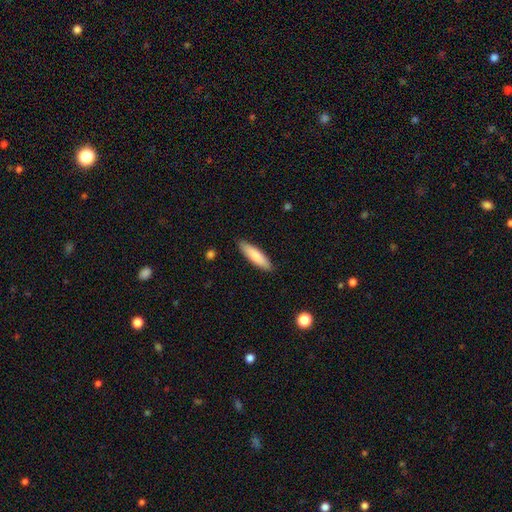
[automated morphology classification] smooth_or_featured: smooth (p=0.80) [alt: featured or disk p=0.15]
how_rounded: cigar-shaped (p=0.66) [alt: in between p=0.32]
merging: none (p=0.89) [alt: minor disturbance p=0.09]